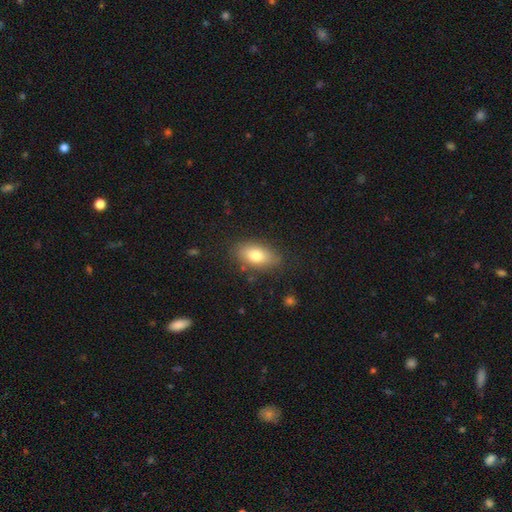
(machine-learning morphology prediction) type=smooth (77%); roundness=in between (89%); merging=none (82%).